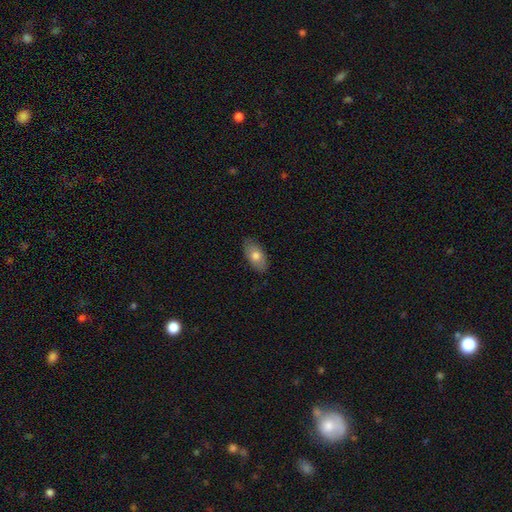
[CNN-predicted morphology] smooth_or_featured: smooth (p=0.75) [alt: featured or disk p=0.19]
how_rounded: in between (p=0.92) [alt: round p=0.05]
merging: none (p=0.85) [alt: minor disturbance p=0.12]